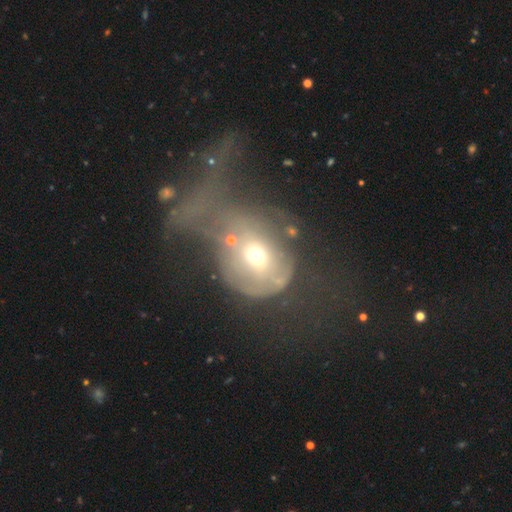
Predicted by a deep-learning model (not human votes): Smooth or featured? Predicted: smooth (p=0.44). Merging? Predicted: major disturbance (p=0.65).